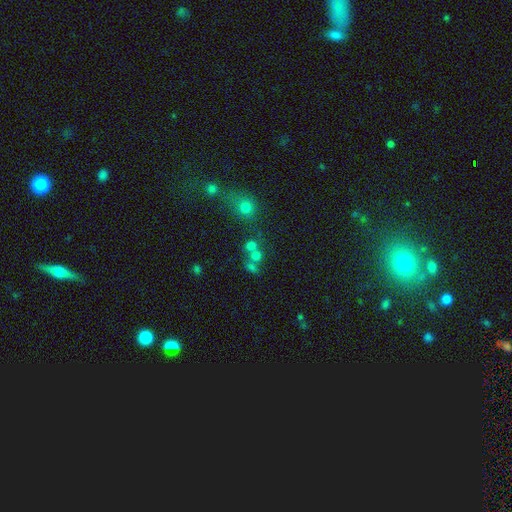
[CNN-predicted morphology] Overall: smooth (64%). How rounded: round (77%). Merging: merger (44%; none 42%).